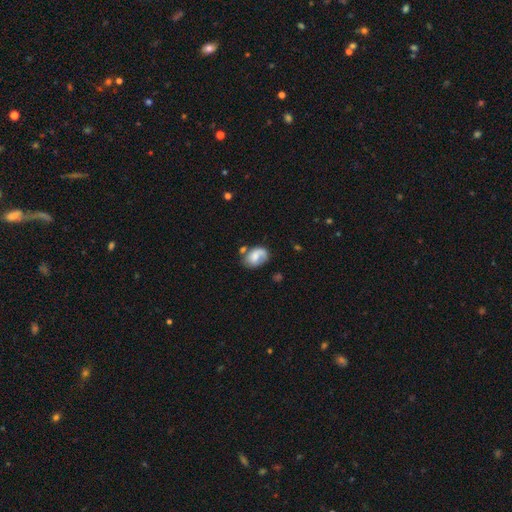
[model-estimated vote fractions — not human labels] Smooth or featured? smooth (56%)
How rounded? in between (75%)
Merging? none (48%)